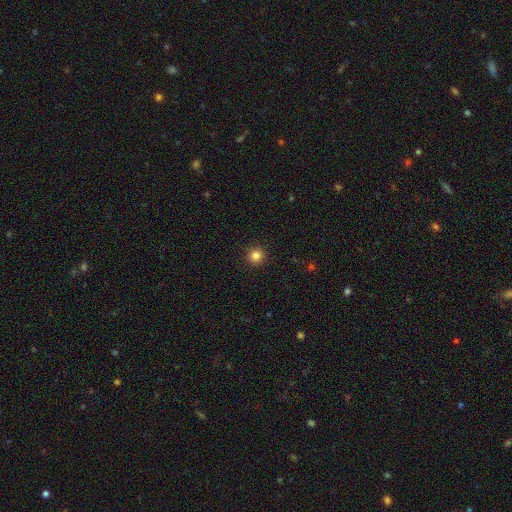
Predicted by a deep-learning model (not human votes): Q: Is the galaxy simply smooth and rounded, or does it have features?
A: smooth — 84%.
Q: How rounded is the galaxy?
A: round — 95%.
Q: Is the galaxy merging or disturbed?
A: none — 93%.